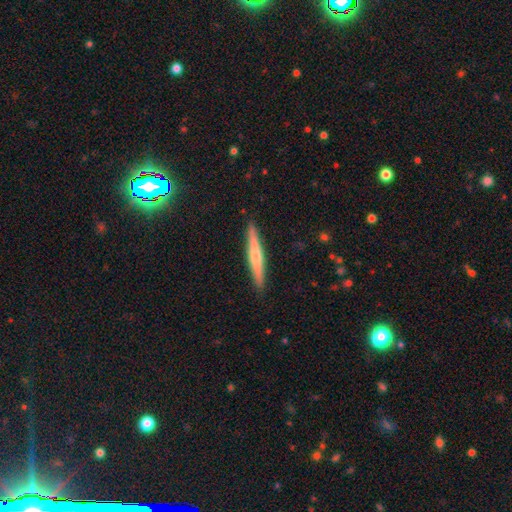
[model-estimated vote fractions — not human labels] The model was most divided on "smooth or featured": featured or disk: 49%, smooth: 46%, star or artifact: 6%. More confident: merging — none (91%).